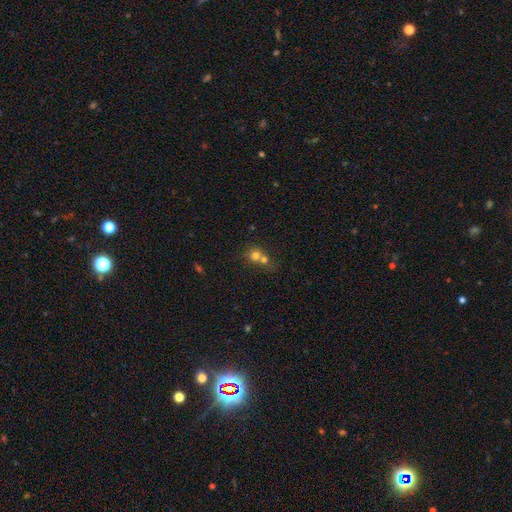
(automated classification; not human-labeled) smooth 72%, star or artifact 14%, featured or disk 14%. Down the decision tree: how rounded — round (83%); merging — merger (60%).